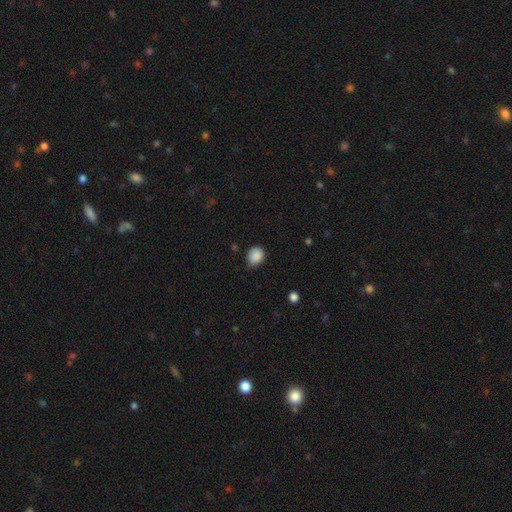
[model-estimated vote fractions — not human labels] smooth-or-featured: smooth: 88% | star or artifact: 8% | featured or disk: 3%
  how-rounded: round: 64% | in between: 35% | cigar-shaped: 1%
  merging: none: 77% | minor disturbance: 18% | major disturbance: 3% | merger: 1%